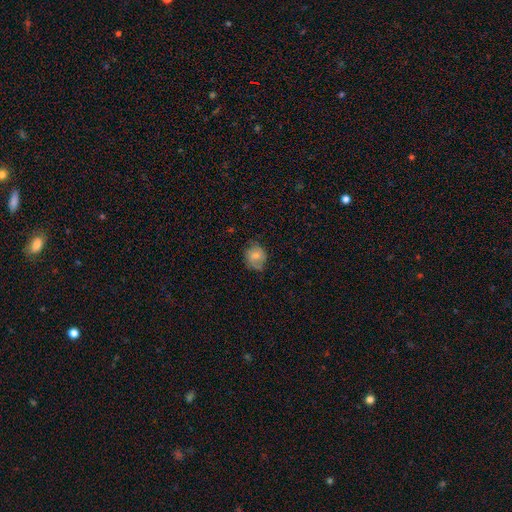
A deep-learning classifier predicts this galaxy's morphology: smooth 68%, featured or disk 24%, star or artifact 8%. Down the decision tree: how rounded — round (68%); merging — none (61%).